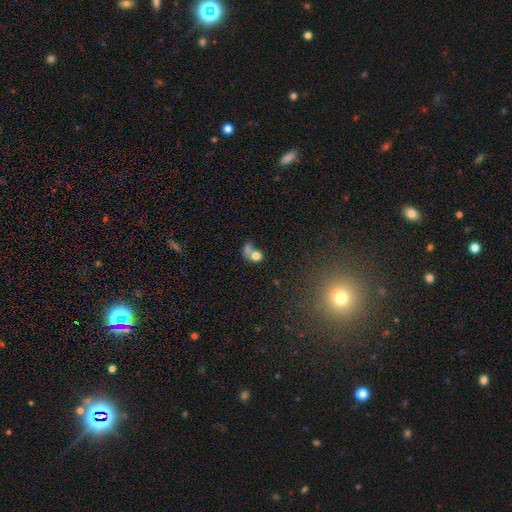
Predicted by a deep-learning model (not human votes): Smooth or featured?
  - smooth: 71% *
  - featured or disk: 16%
  - star or artifact: 13%
How rounded?
  - round: 57% *
  - in between: 42%
  - cigar-shaped: 1%
Merging?
  - merger: 59% *
  - none: 23%
  - major disturbance: 10%
  - minor disturbance: 9%